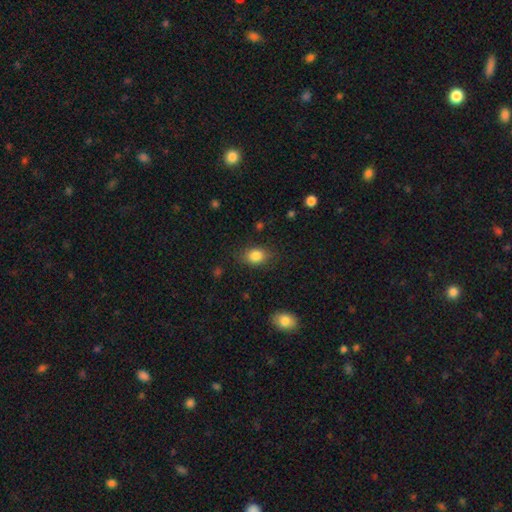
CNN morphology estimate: This appears to be a smooth galaxy with no disk features (84%) that is in between round and cigar-shaped (72%). Merging: none (81%).